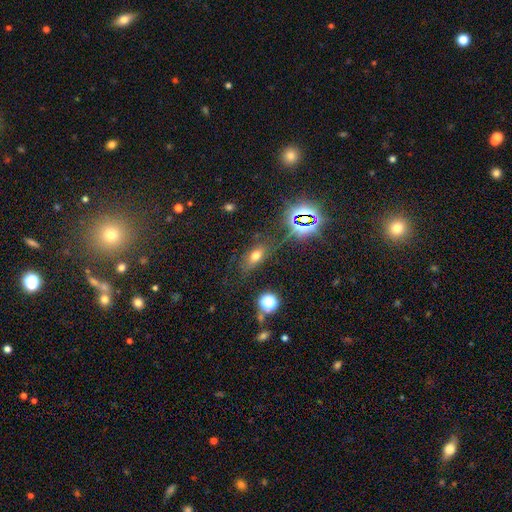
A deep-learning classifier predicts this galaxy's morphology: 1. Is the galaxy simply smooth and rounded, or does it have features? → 58% smooth, 28% star or artifact, 14% featured or disk.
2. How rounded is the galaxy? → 76% in between, 14% round, 9% cigar-shaped.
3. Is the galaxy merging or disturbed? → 74% none, 15% minor disturbance, 7% major disturbance, 4% merger.